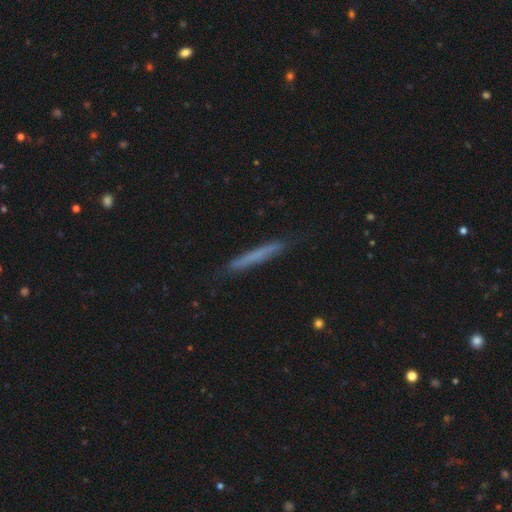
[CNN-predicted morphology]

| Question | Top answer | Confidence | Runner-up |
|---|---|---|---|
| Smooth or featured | smooth | 61% | featured or disk (31%) |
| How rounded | cigar-shaped | 96% | in between (3%) |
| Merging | none | 85% | minor disturbance (12%) |